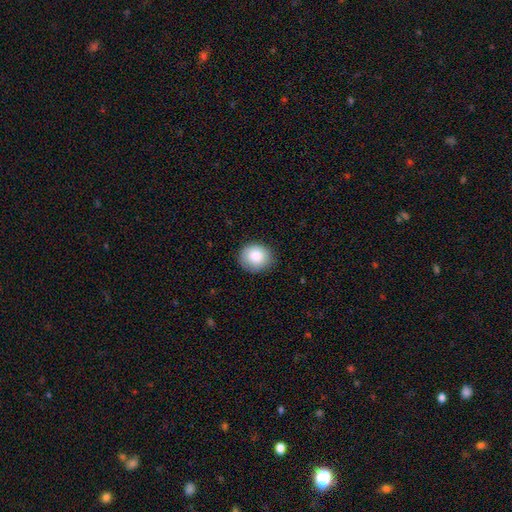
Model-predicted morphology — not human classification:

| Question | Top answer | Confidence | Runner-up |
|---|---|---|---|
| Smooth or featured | smooth | 85% | star or artifact (8%) |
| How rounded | round | 77% | in between (23%) |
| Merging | none | 85% | minor disturbance (12%) |